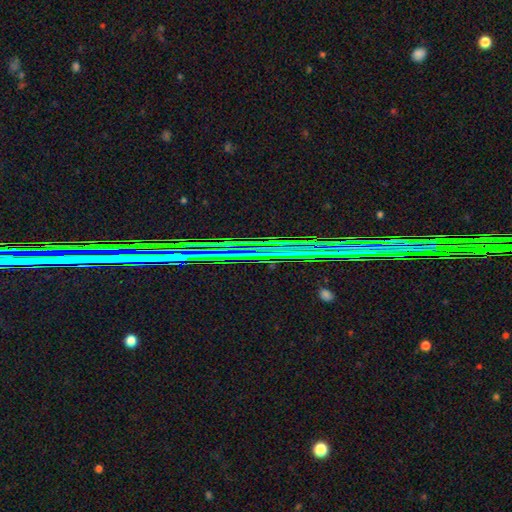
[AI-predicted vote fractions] This is likely a star or artifact rather than a galaxy (80%).